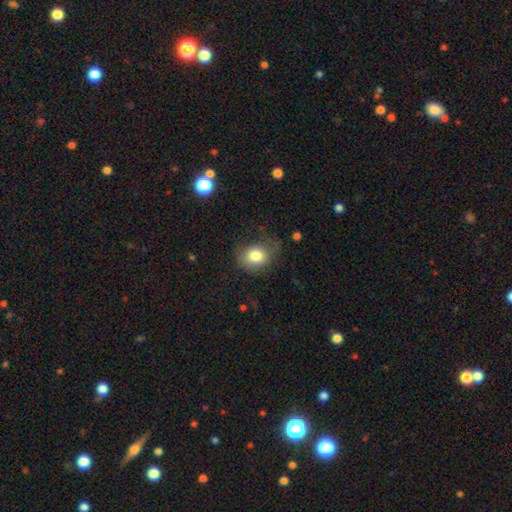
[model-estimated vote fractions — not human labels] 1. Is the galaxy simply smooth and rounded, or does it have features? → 80% smooth, 11% featured or disk, 9% star or artifact.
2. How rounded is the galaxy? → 57% round, 42% in between, 1% cigar-shaped.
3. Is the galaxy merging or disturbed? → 62% none, 25% minor disturbance, 12% major disturbance, 2% merger.